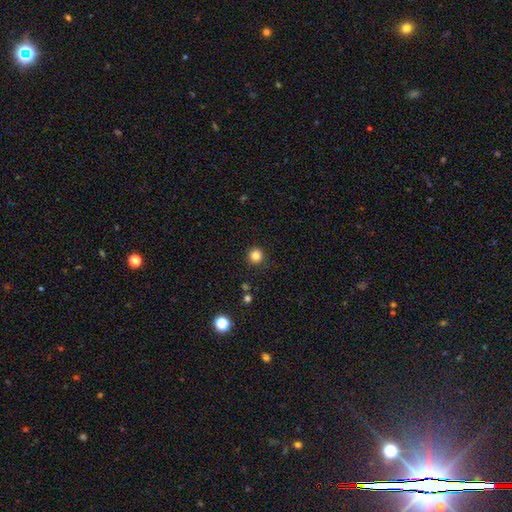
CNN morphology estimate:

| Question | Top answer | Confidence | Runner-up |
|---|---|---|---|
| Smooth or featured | smooth | 83% | star or artifact (13%) |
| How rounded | round | 96% | in between (3%) |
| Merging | none | 92% | minor disturbance (5%) |